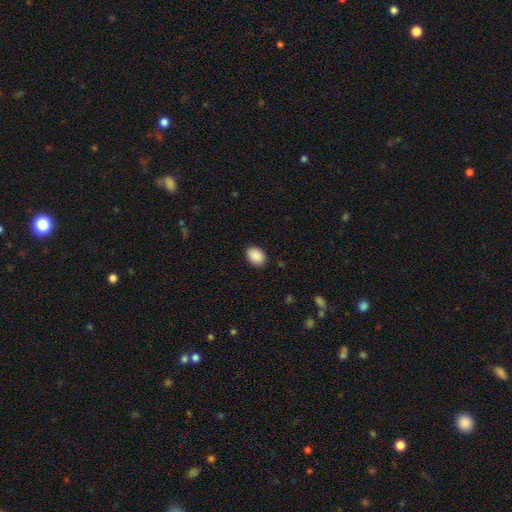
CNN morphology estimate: Smooth or featured?
  - smooth: 90% *
  - star or artifact: 7%
  - featured or disk: 2%
How rounded?
  - in between: 71% *
  - round: 28%
  - cigar-shaped: 1%
Merging?
  - none: 89% *
  - minor disturbance: 8%
  - major disturbance: 2%
  - merger: 1%